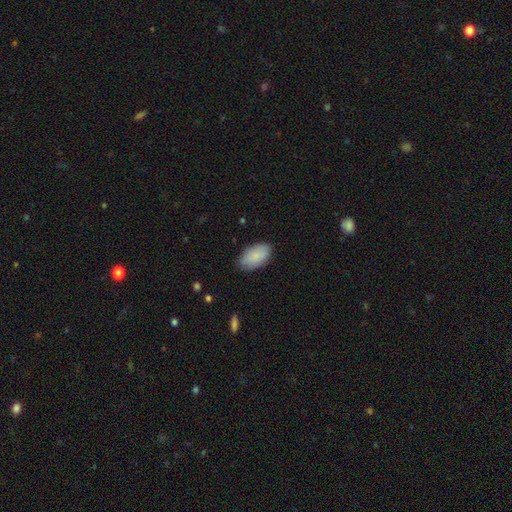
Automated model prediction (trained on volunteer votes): Overall: smooth (87%). How rounded: in between (95%). Merging: none (83%).